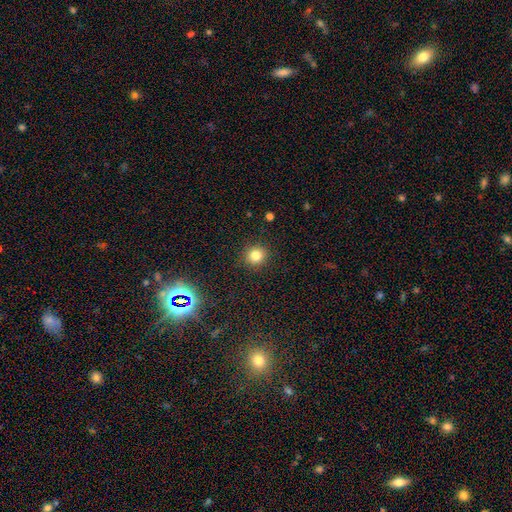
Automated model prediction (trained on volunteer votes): The model was most divided on "smooth or featured": smooth: 80%, star or artifact: 14%, featured or disk: 6%. More confident: how rounded — round (91%); merging — none (91%).